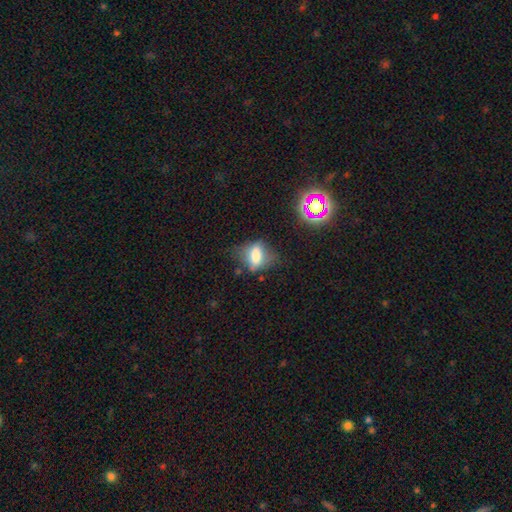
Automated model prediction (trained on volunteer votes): smooth 64%, featured or disk 23%, star or artifact 13%. Down the decision tree: how rounded — in between (73%); merging — none (50%).